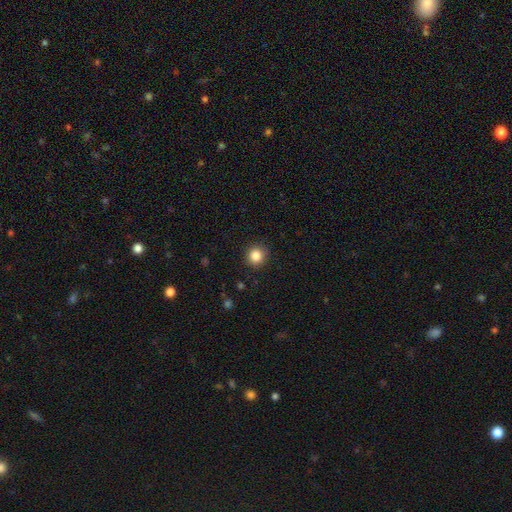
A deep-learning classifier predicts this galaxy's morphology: This appears to be a smooth galaxy with no disk features (85%) that is round (92%). Merging: none (90%).